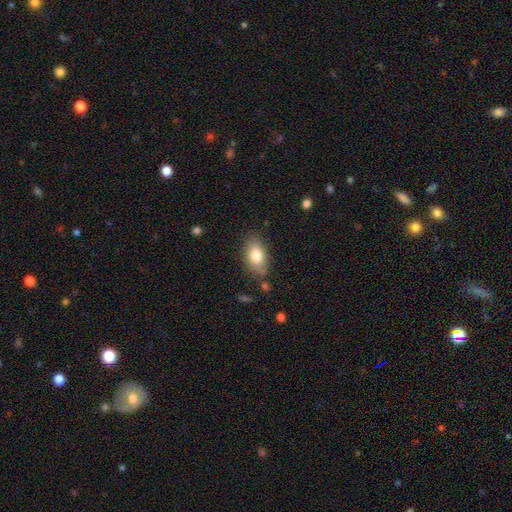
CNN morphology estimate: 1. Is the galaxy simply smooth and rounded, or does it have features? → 78% smooth, 14% featured or disk, 8% star or artifact.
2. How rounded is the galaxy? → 90% in between, 6% round, 4% cigar-shaped.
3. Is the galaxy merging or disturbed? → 78% none, 16% minor disturbance, 4% major disturbance, 3% merger.